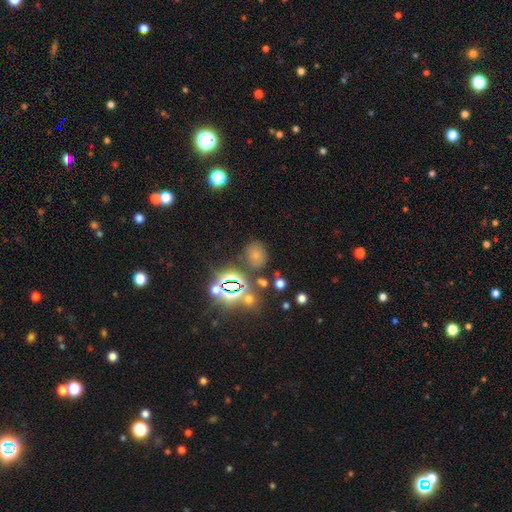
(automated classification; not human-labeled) A smooth galaxy with no disk features (59%) that is in between round and cigar-shaped (51%).

Vote fractions:
- Smooth or featured? smooth: 59% / star or artifact: 32% / featured or disk: 8%
- How rounded? in between: 51% / round: 48% / cigar-shaped: 2%
- Merging? none: 75% / minor disturbance: 13% / merger: 6% / major disturbance: 5%